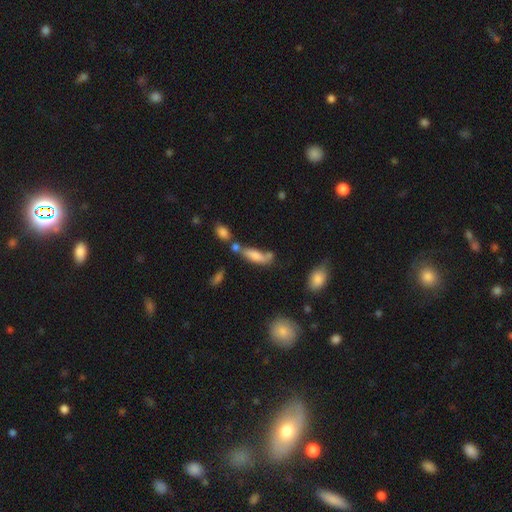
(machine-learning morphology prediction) smooth_or_featured: smooth (p=0.72) [alt: featured or disk p=0.19]
how_rounded: in between (p=0.57) [alt: cigar-shaped p=0.41]
merging: none (p=0.38) [alt: merger p=0.31]